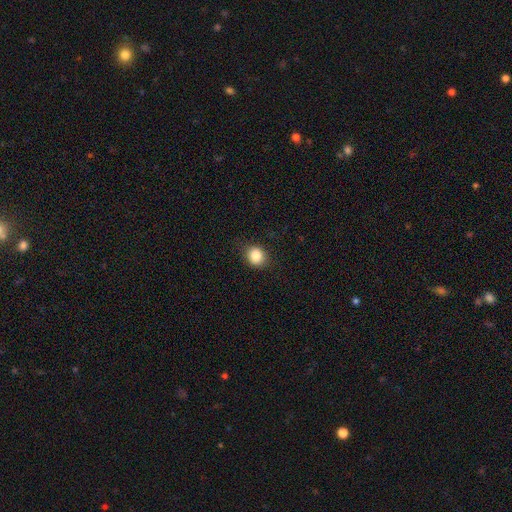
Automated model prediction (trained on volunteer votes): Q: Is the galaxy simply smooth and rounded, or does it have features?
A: smooth — 85%.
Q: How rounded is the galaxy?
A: round — 76%.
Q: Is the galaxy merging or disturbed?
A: none — 86%.